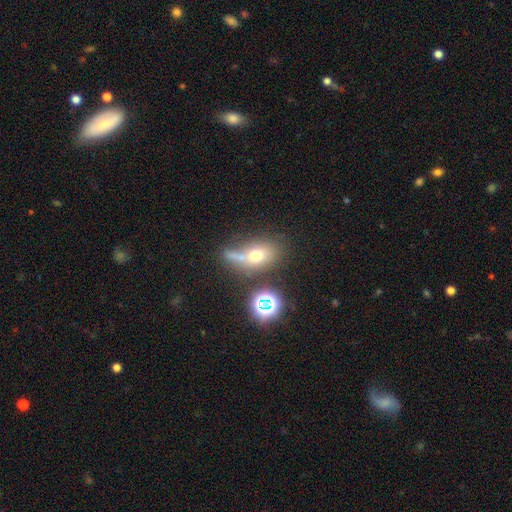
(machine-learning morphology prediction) smooth 60%, featured or disk 20%, star or artifact 20%. Down the decision tree: how rounded — in between (63%); merging — none (46%).